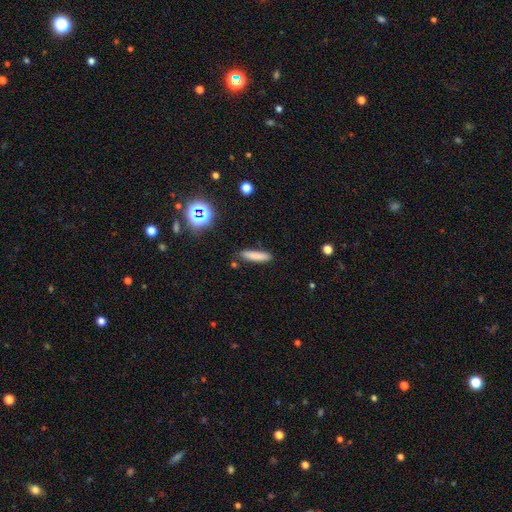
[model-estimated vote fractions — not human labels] A smooth galaxy with no disk features (81%) that is cigar-shaped (80%).

Vote fractions:
- Smooth or featured? smooth: 81% / star or artifact: 10% / featured or disk: 9%
- How rounded? cigar-shaped: 80% / in between: 18% / round: 2%
- Merging? none: 84% / minor disturbance: 10% / merger: 3% / major disturbance: 2%